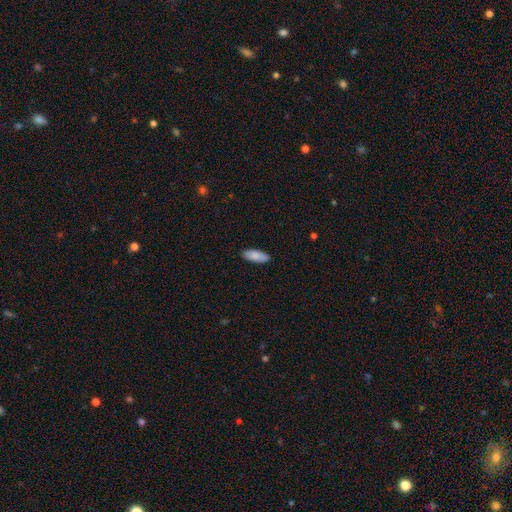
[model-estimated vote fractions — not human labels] Morphology: type=smooth (86%); roundness=in between (75%); merging=none (89%).